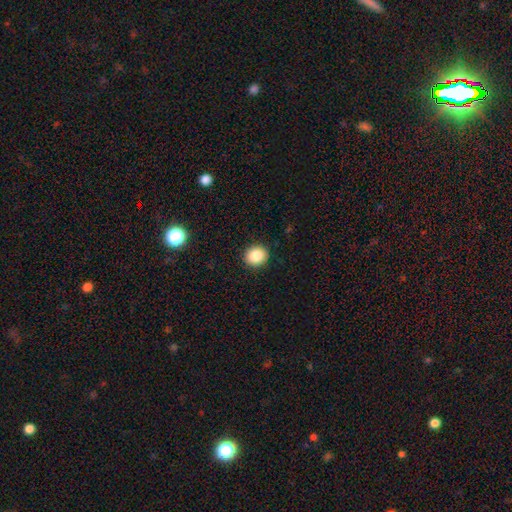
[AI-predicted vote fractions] Morphology: type=smooth (87%); roundness=round (76%); merging=none (91%).